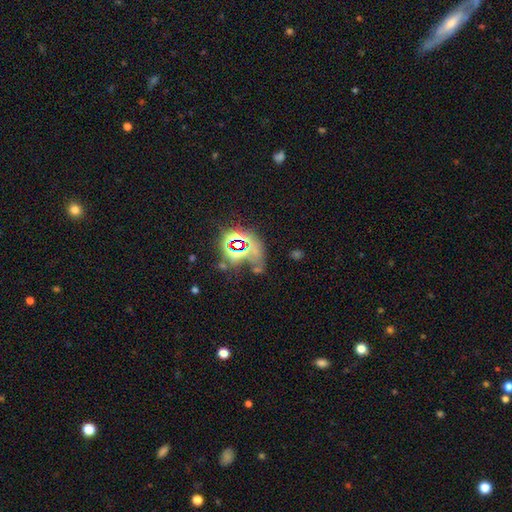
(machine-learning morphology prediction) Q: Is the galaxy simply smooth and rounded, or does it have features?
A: star or artifact — 66%.